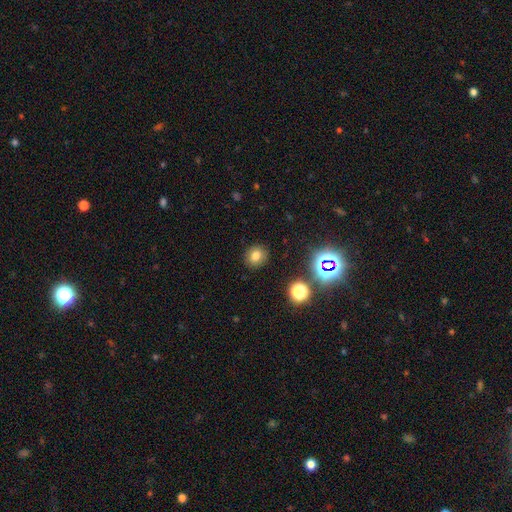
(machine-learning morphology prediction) This appears to be a smooth galaxy with no disk features (74%) that is round (77%). Merging: none (89%).